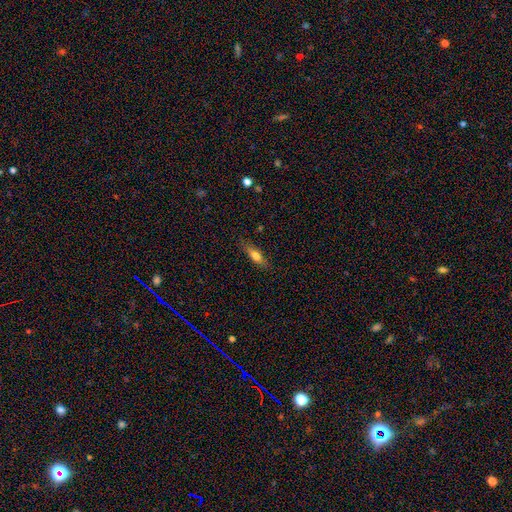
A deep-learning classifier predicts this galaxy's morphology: This is likely a smooth galaxy (65%). How rounded: possibly cigar-shaped (52%). Merging: clearly none (83%).